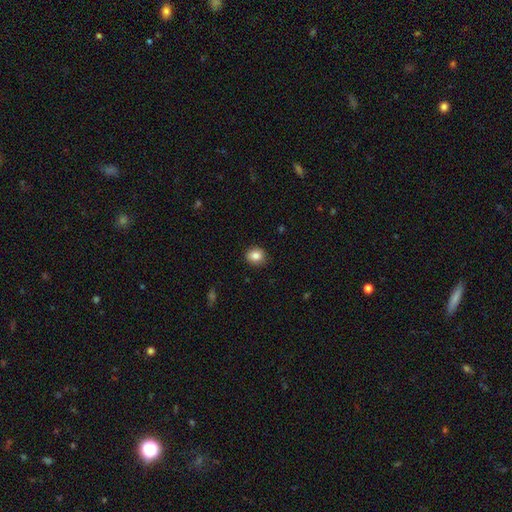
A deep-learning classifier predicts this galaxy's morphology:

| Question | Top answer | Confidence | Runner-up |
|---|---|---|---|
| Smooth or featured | smooth | 84% | star or artifact (10%) |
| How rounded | round | 77% | in between (22%) |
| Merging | none | 90% | minor disturbance (7%) |